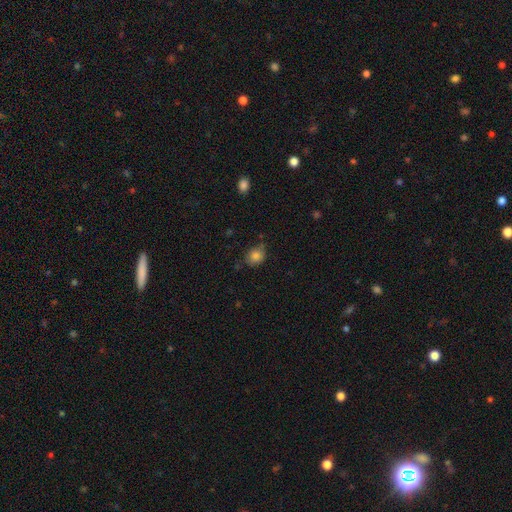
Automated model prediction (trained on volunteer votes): Smooth or featured? Predicted: smooth (p=0.82). How rounded? Predicted: round (p=0.57). Merging? Predicted: none (p=0.67).